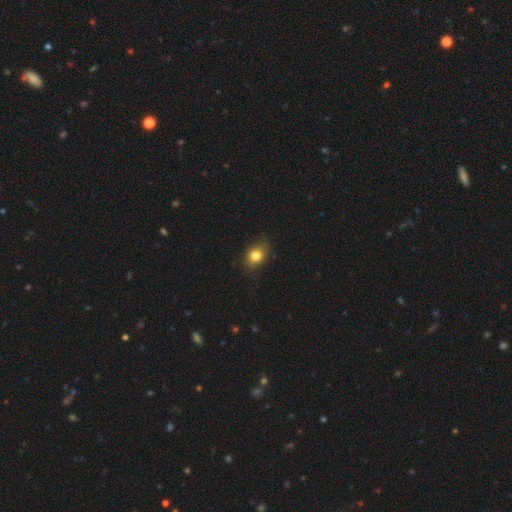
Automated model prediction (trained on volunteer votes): Overall: smooth (82%). How rounded: in between (60%; round 39%). Merging: none (81%).